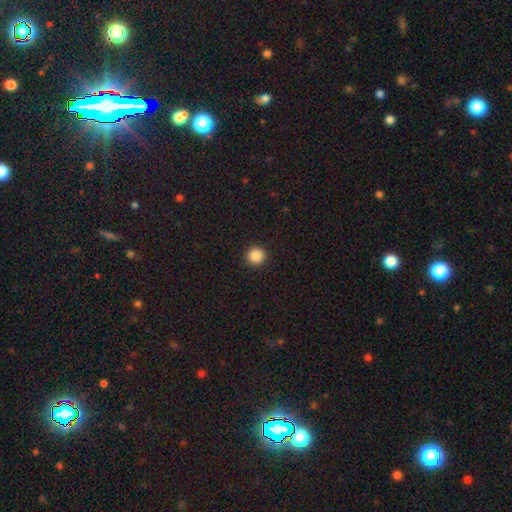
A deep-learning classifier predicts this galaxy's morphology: A smooth galaxy with no disk features (87%) that is round (95%).

Vote fractions:
- Smooth or featured? smooth: 87% / star or artifact: 10% / featured or disk: 3%
- How rounded? round: 95% / in between: 4% / cigar-shaped: 1%
- Merging? none: 93% / minor disturbance: 4% / major disturbance: 2% / merger: 1%